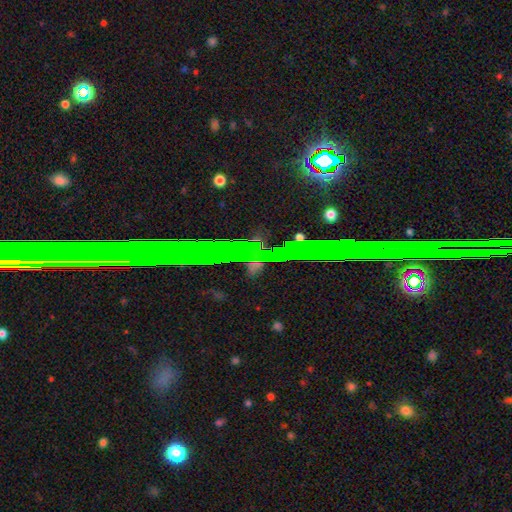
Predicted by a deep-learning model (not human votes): Smooth or featured?
  - star or artifact: 68% *
  - featured or disk: 17%
  - smooth: 15%